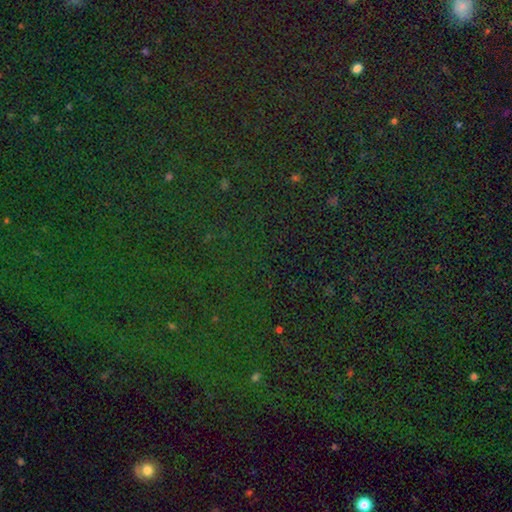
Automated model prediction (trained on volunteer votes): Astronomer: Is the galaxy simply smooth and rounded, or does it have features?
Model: star or artifact — 80%.